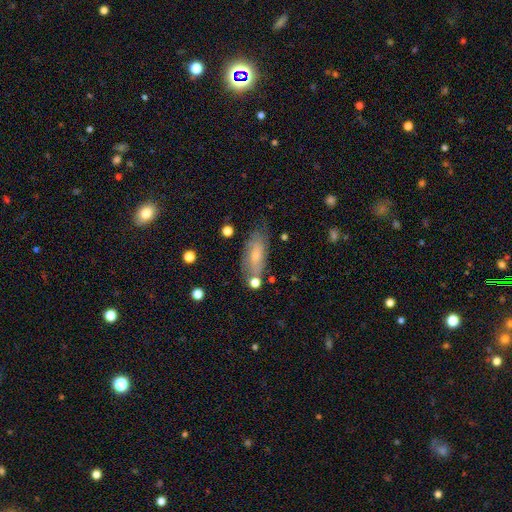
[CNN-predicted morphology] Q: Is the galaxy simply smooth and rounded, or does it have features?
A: smooth — 54%.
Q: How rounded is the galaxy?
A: in between — 79%.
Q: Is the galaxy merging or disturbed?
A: none — 65%.